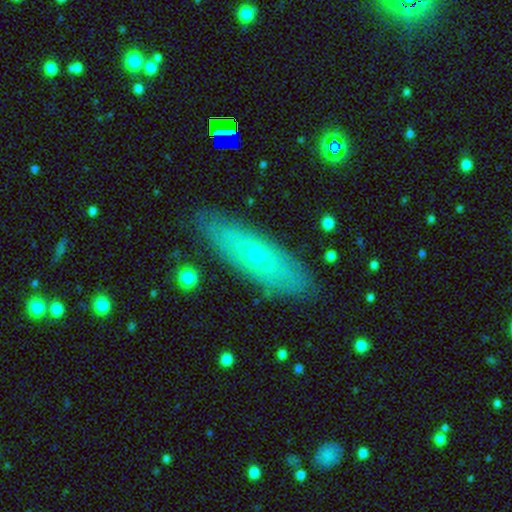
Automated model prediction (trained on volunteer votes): This is possibly a featured or disk galaxy (46%). Merging: clearly none (85%).